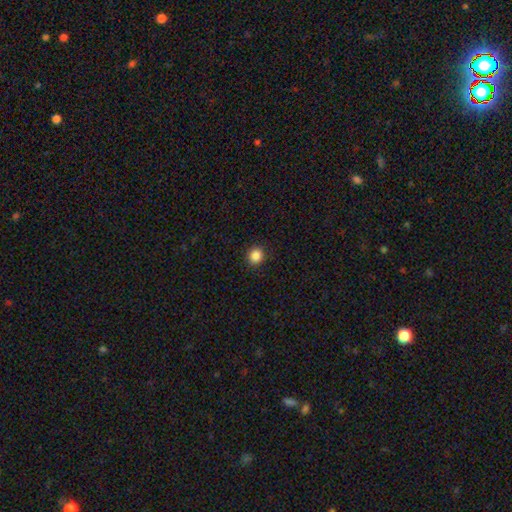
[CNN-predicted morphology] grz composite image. It shows a smooth galaxy with no disk features (87%) that is round (85%). Merging: none (91%).